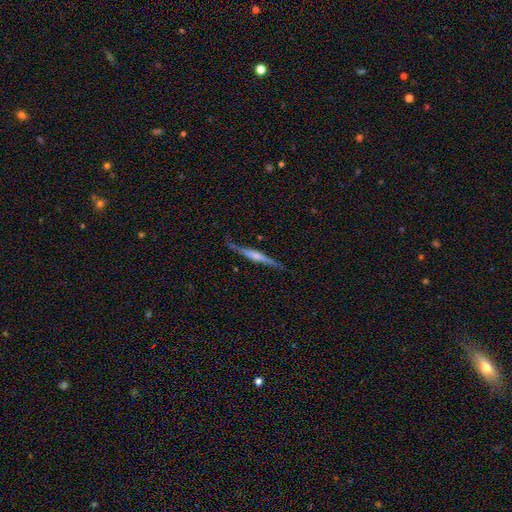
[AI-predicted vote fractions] This appears to be a featured or disk galaxy (69%) viewed edge-on (96%) with a rounded central bulge (54%). Merging: none (80%).